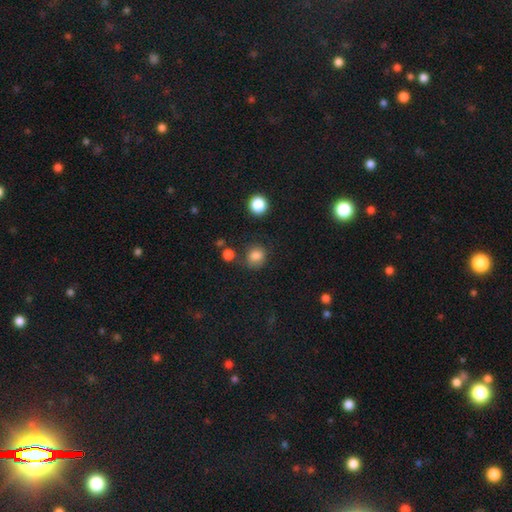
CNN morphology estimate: A smooth galaxy with no disk features (82%) that is round (73%). Merging: none (68%).